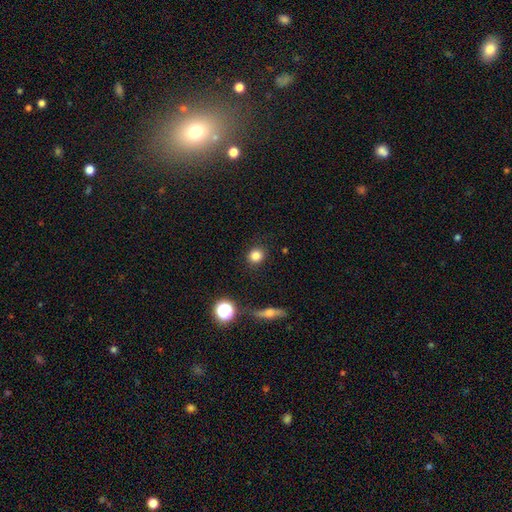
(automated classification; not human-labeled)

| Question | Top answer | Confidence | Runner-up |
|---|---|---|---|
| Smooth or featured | smooth | 82% | star or artifact (12%) |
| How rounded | round | 85% | in between (13%) |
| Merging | none | 90% | minor disturbance (6%) |